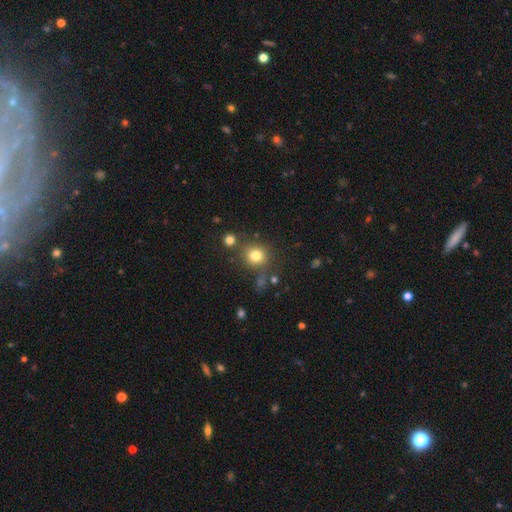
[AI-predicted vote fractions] The model was most divided on "merging": none: 74%, minor disturbance: 11%, merger: 10%, major disturbance: 5%. More confident: how rounded — round (86%); smooth or featured — smooth (78%).